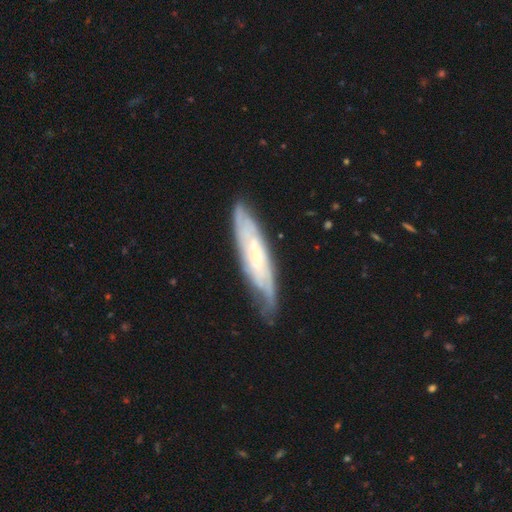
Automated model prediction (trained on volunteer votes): Morphology: type=featured or disk (73%); edge-on=no (64%); merging=none (75%).